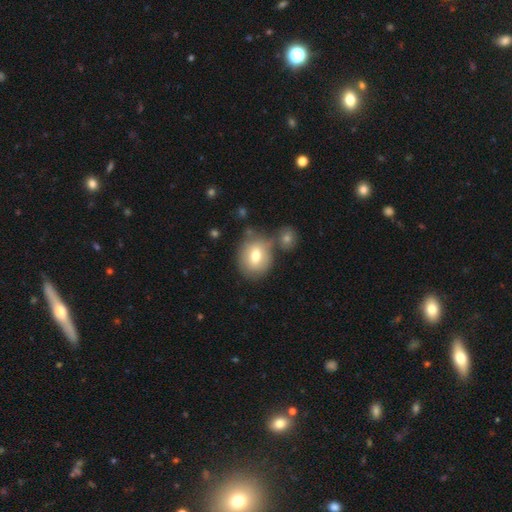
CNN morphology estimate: This is likely a smooth galaxy (70%). How rounded: likely round (64%). Merging: possibly none (58%).